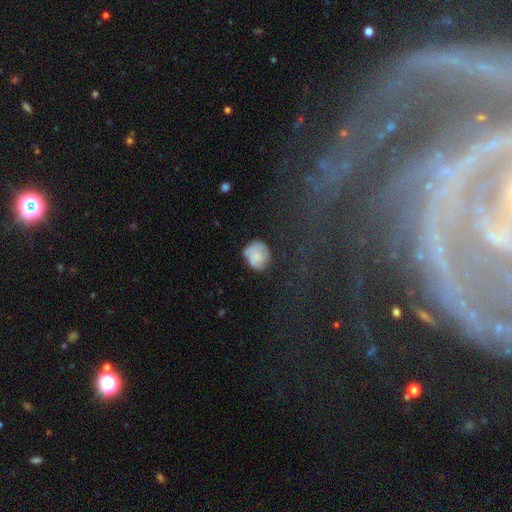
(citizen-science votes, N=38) This appears to be a featured or disk galaxy (50%) with no bar (74%), 2 (50%) tight (56%) spiral arms (84%) and no central bulge (58%). Merging: none (49%).